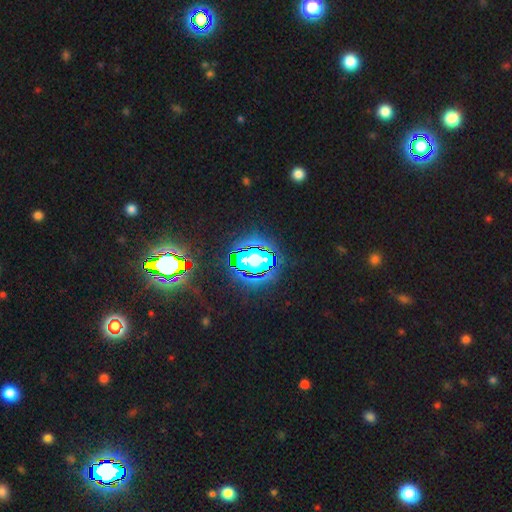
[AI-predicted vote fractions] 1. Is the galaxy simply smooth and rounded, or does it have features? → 76% star or artifact, 14% smooth, 10% featured or disk.